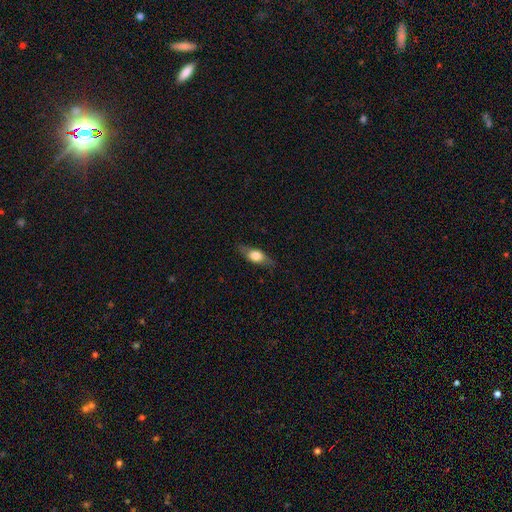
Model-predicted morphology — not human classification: Overall: smooth (61%; featured or disk 32%). How rounded: in between (67%). Merging: none (79%).